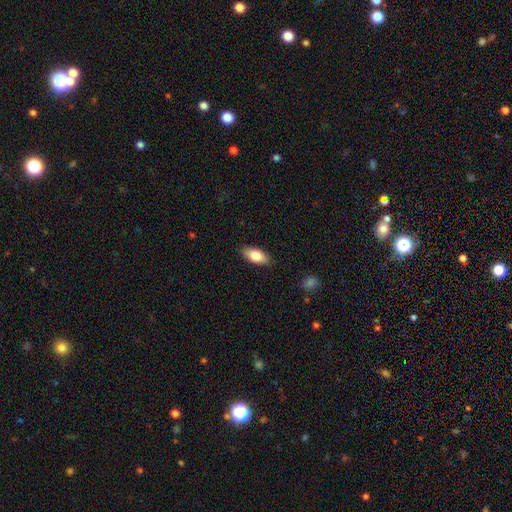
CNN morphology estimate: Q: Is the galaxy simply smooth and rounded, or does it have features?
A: smooth — 80%.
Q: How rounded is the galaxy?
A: in between — 88%.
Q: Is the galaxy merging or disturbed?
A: none — 87%.